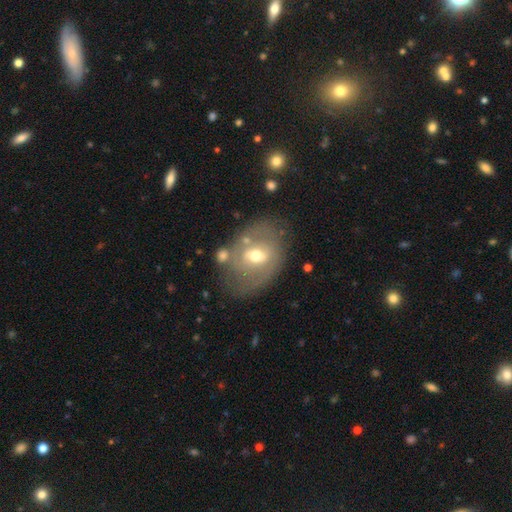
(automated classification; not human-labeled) The model was most divided on "bar": weak: 45%, no: 33%, strong: 22%. More confident: edge-on disk — no (93%); bulge size — moderate (67%); merging — none (63%); spiral arms — no (63%); smooth or featured — featured or disk (58%).